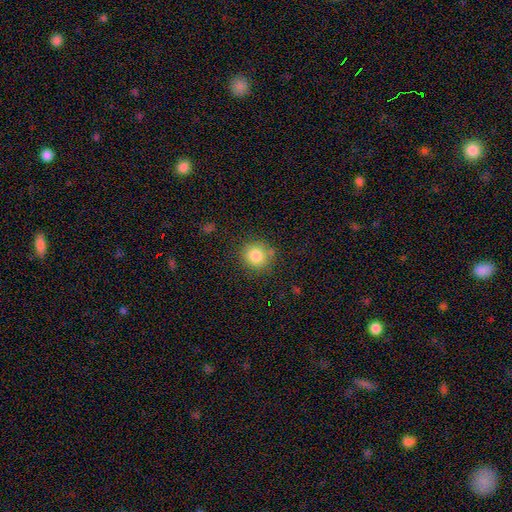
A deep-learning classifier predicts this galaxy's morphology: Smooth or featured: smooth — 83% (star or artifact — 10%)
How rounded: round — 89% (in between — 10%)
Merging: none — 81% (minor disturbance — 12%)